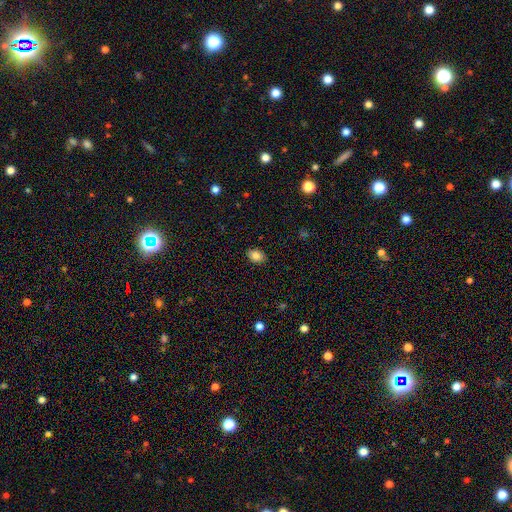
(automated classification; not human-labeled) smooth-or-featured: smooth: 84% | star or artifact: 9% | featured or disk: 7%
  how-rounded: in between: 72% | round: 27% | cigar-shaped: 1%
  merging: none: 88% | minor disturbance: 9% | major disturbance: 2% | merger: 1%